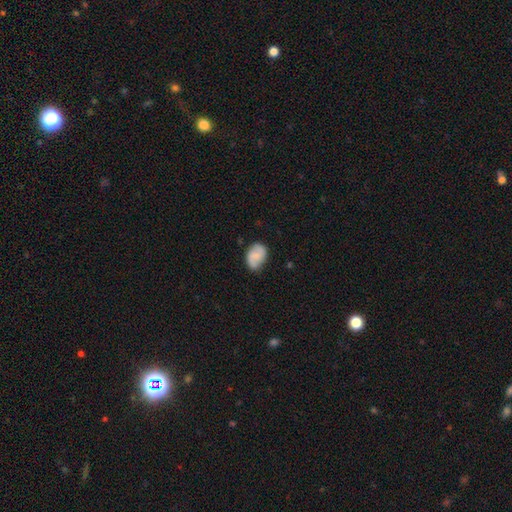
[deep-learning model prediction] Smooth or featured?
  - smooth: 56% *
  - featured or disk: 37%
  - star or artifact: 8%
How rounded?
  - in between: 75% *
  - round: 24%
  - cigar-shaped: 1%
Merging?
  - none: 68% *
  - minor disturbance: 25%
  - major disturbance: 5%
  - merger: 2%